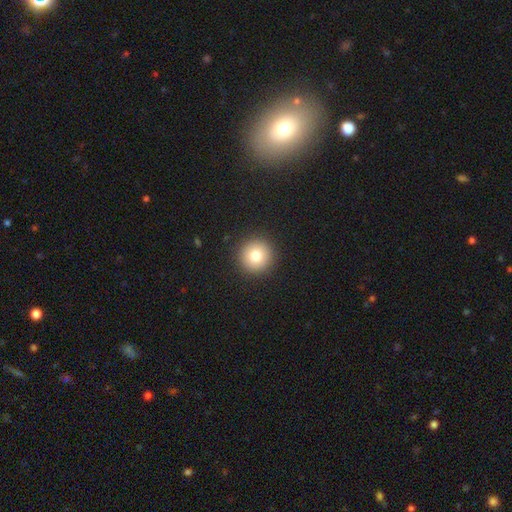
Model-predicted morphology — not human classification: Smooth or featured? smooth (79%)
How rounded? round (96%)
Merging? none (92%)